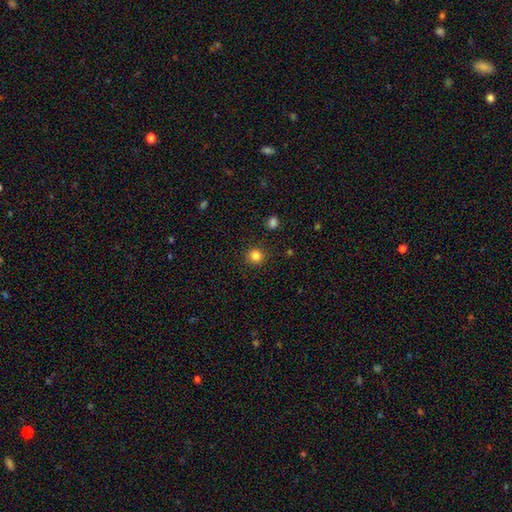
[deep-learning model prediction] Smooth or featured? Predicted: smooth (p=0.84). How rounded? Predicted: round (p=0.90). Merging? Predicted: none (p=0.89).